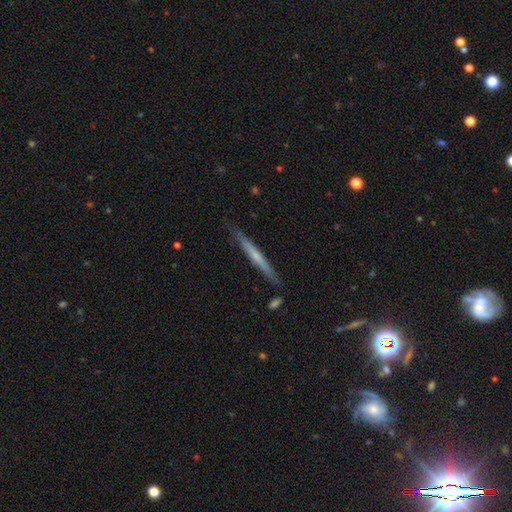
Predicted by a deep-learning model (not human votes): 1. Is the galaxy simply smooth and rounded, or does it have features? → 52% featured or disk, 43% smooth, 6% star or artifact.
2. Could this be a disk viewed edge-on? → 96% yes, 4% no.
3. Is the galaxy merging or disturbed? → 87% none, 10% minor disturbance, 2% merger, 2% major disturbance.